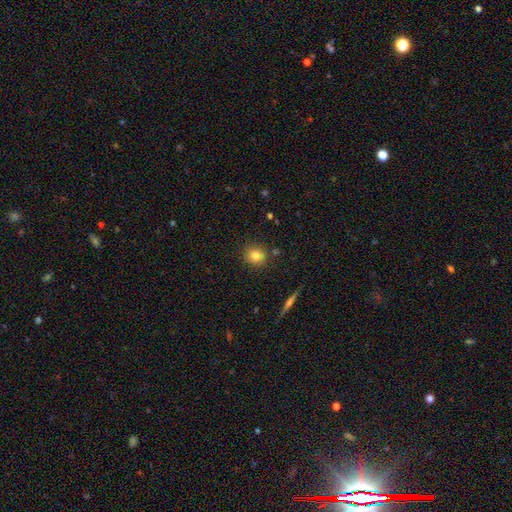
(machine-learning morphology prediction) The model was most divided on "how rounded": round: 81%, in between: 18%, cigar-shaped: 1%. More confident: merging — none (85%); smooth or featured — smooth (81%).